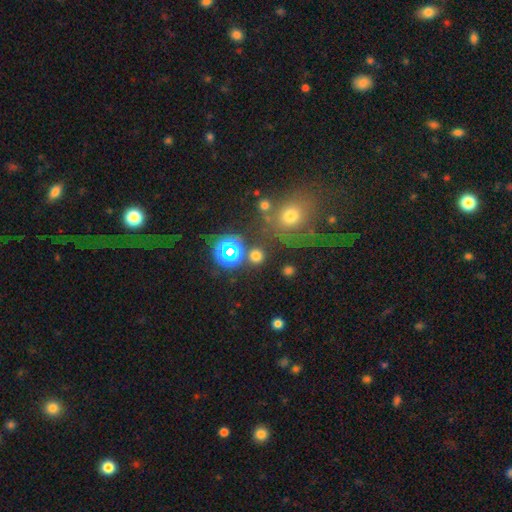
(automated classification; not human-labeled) This is likely a smooth galaxy (64%). How rounded: clearly round (90%). Merging: likely none (79%).